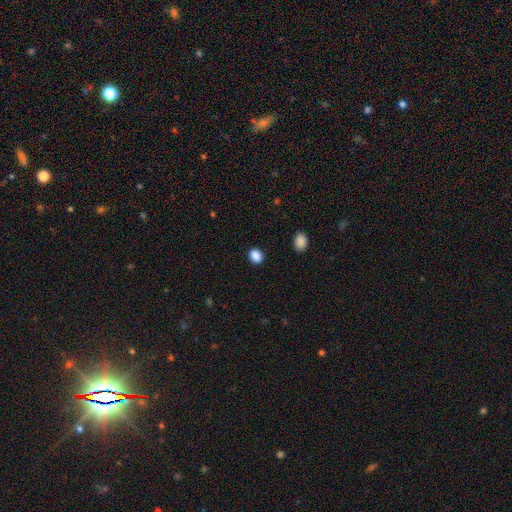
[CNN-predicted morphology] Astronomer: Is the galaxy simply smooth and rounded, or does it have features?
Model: smooth — 88%.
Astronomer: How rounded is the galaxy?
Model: in between — 51% (runner-up: round, 48%).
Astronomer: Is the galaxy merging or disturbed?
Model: none — 89%.